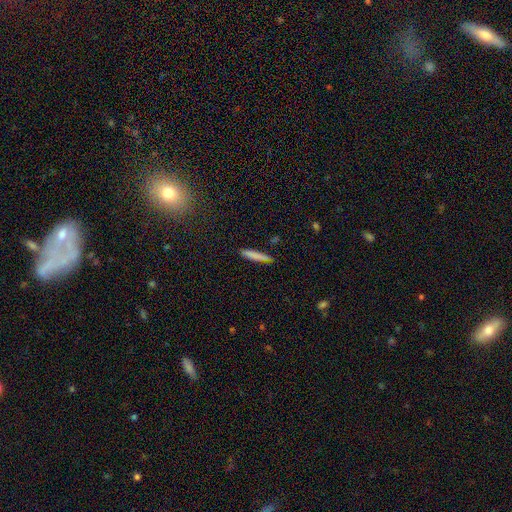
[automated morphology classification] smooth 80%, featured or disk 13%, star or artifact 7%. Down the decision tree: how rounded — cigar-shaped (92%); merging — none (84%).